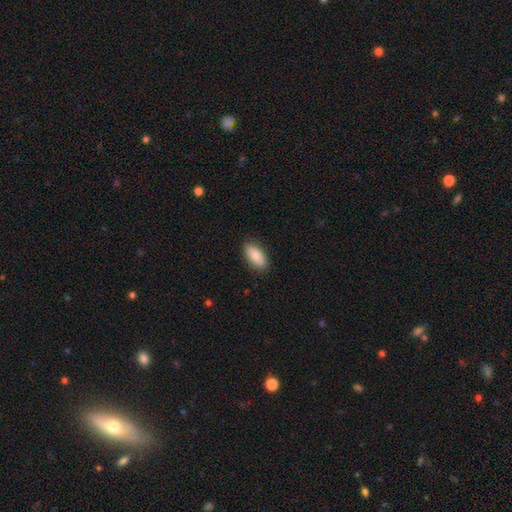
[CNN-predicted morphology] This appears to be a smooth galaxy with no disk features (81%) that is in between round and cigar-shaped (91%). Merging: none (88%).